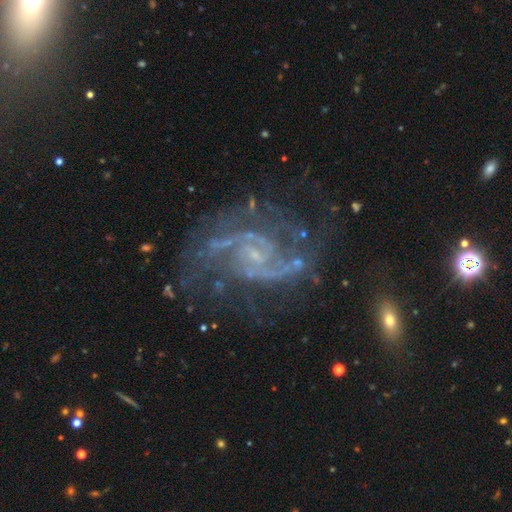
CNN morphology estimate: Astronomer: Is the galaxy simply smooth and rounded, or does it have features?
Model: featured or disk — 89%.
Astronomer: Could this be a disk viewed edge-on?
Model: no — 98%.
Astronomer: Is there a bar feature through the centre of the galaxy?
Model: no — 51% (runner-up: weak, 40%).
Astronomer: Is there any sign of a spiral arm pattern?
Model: yes — 97%.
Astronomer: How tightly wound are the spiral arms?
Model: medium — 54%.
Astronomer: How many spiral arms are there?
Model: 2 — 77%.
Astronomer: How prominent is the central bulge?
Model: small — 73%.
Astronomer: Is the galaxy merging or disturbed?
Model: none — 64%.